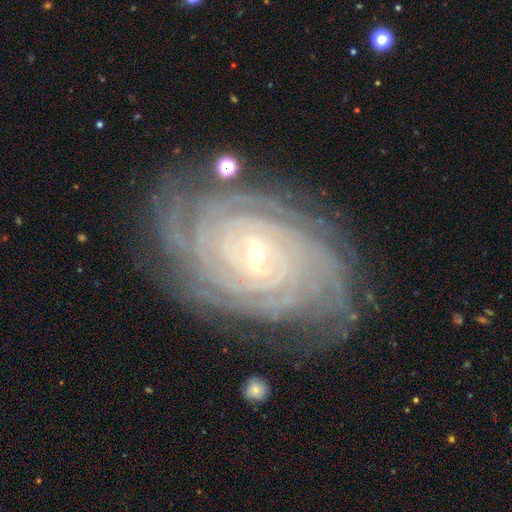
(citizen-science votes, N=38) Smooth or featured: featured or disk — 92% (star or artifact — 5%)
Edge-on disk: no — 97% (yes — 3%)
Bar: weak — 65% (no — 29%)
Spiral arms: yes — 100%
Spiral winding: tight — 79% (medium — 18%)
Spiral arm count: more than 4 — 35% (4 — 26%)
Bulge size: small — 68% (moderate — 29%)
Merging: none — 81% (minor disturbance — 14%)